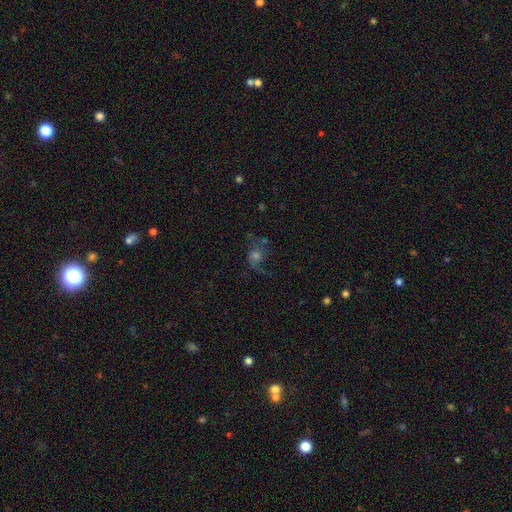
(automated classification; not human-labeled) featured or disk 64%, smooth 19%, star or artifact 17%. Down the decision tree: edge-on disk — no (96%); bar — no (73%); spiral arms — yes (89%); spiral arm count — 2 (77%); spiral winding — loose (69%); bulge size — moderate (47%); merging — none (59%).